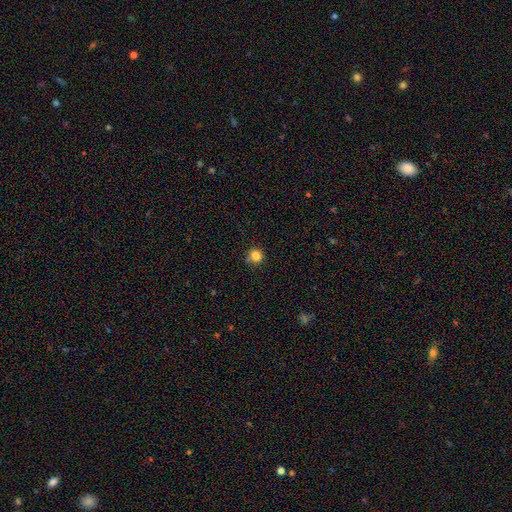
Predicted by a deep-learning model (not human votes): This is clearly a smooth galaxy (83%). How rounded: clearly round (91%). Merging: clearly none (82%).